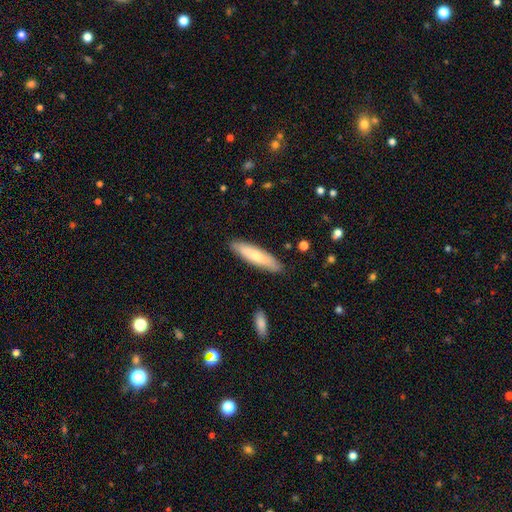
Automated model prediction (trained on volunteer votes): Overall: smooth (70%). How rounded: cigar-shaped (74%). Merging: none (88%).